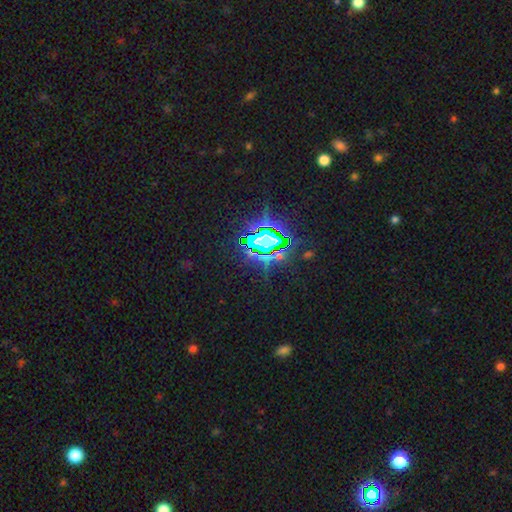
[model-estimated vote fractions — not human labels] star or artifact 84%, smooth 10%, featured or disk 6%.